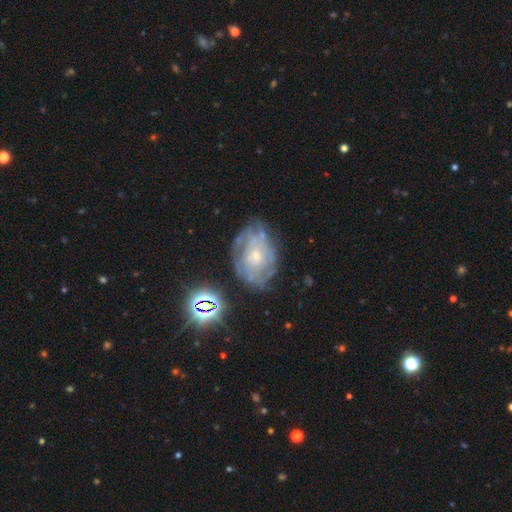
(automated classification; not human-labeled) Overall: featured or disk (68%). Edge-on disk: no (96%). Bar: no (81%). Spiral arms: yes (64%; no 36%). Bulge size: small (59%; moderate 32%). Merging: none (61%; minor disturbance 23%).